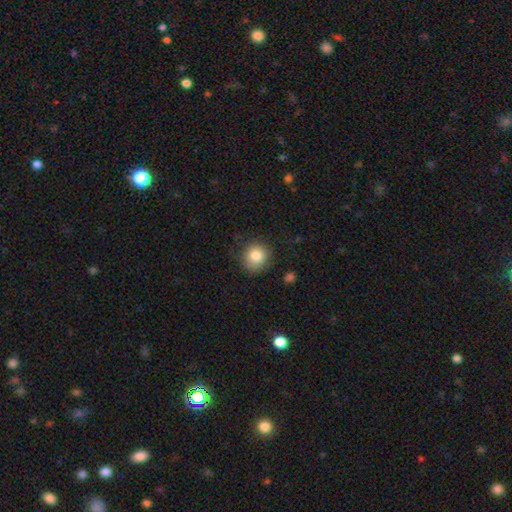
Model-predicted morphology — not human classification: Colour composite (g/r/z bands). It shows a smooth galaxy with no disk features (83%) that is round (85%). Merging: none (81%).